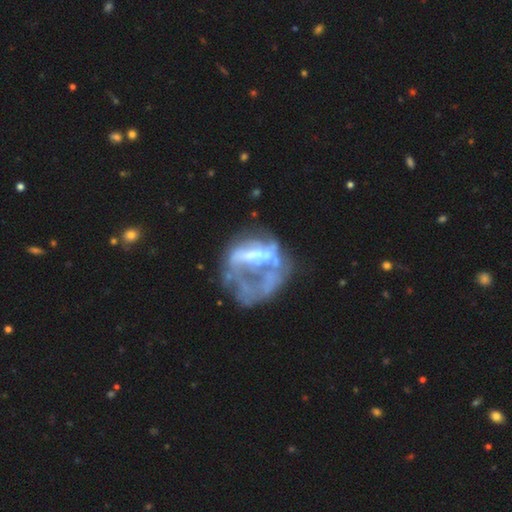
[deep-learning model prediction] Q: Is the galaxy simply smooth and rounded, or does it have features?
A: featured or disk — 69%.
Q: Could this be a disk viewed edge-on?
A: no — 97%.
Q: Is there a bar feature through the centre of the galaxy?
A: no — 62%.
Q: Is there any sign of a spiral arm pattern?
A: no — 80%.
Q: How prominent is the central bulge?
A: none — 48%.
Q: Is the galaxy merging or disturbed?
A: major disturbance — 44%.